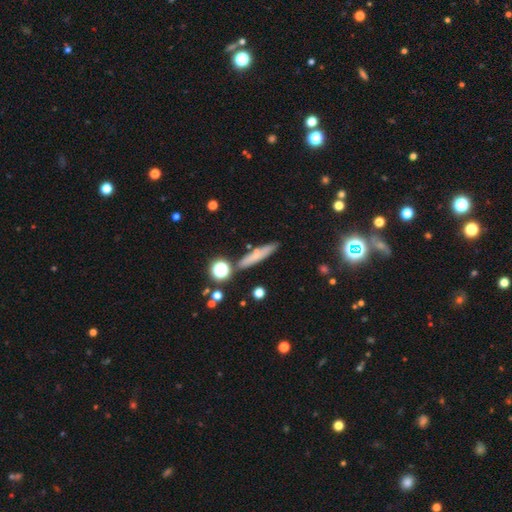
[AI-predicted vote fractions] Morphology: type=smooth (66%); roundness=cigar-shaped (85%); merging=none (79%).